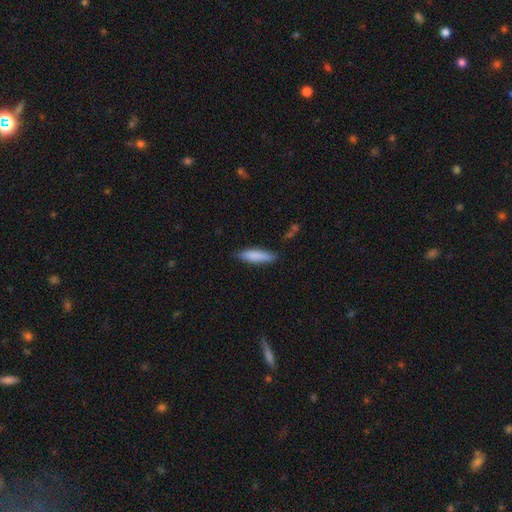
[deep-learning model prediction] Smooth or featured: smooth — 84% (featured or disk — 10%)
How rounded: cigar-shaped — 71% (in between — 28%)
Merging: none — 83% (minor disturbance — 13%)